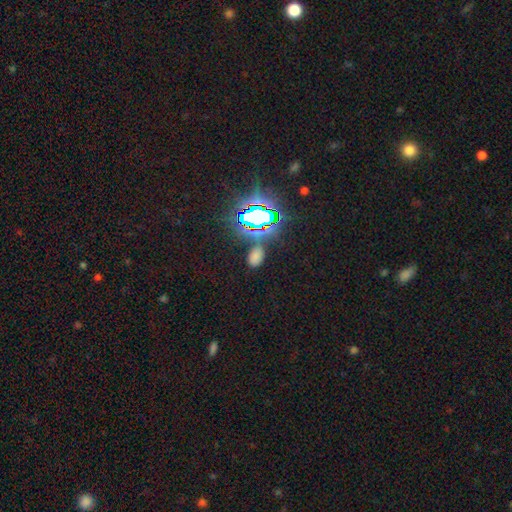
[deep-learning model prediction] This is possibly a smooth galaxy (53%). How rounded: clearly in between (87%). Merging: likely none (74%).